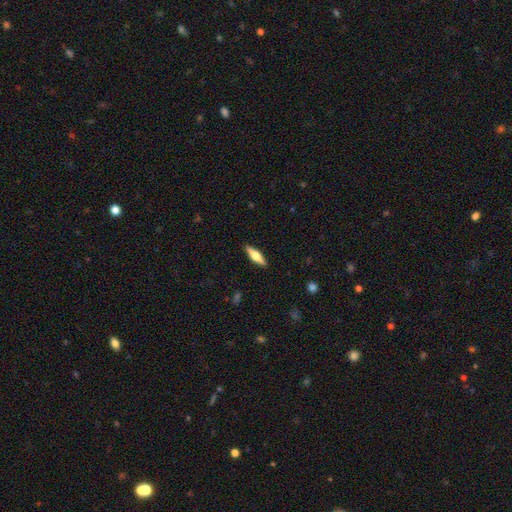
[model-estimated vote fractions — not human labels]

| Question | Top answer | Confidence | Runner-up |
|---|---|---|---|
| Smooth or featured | smooth | 51% | featured or disk (43%) |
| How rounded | cigar-shaped | 62% | in between (36%) |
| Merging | none | 90% | minor disturbance (7%) |